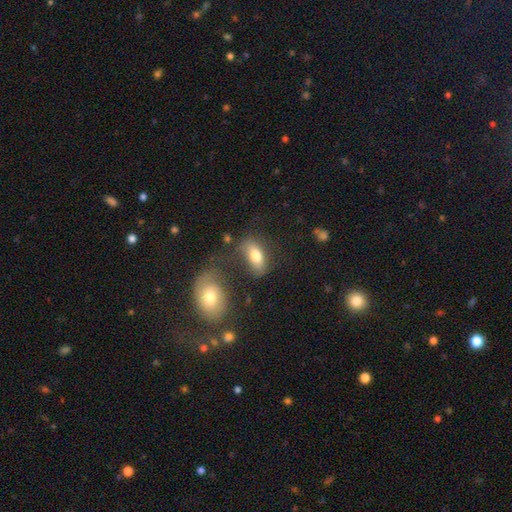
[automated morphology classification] Smooth or featured: smooth — 74% (featured or disk — 17%)
How rounded: in between — 87% (cigar-shaped — 7%)
Merging: none — 52% (merger — 20%)